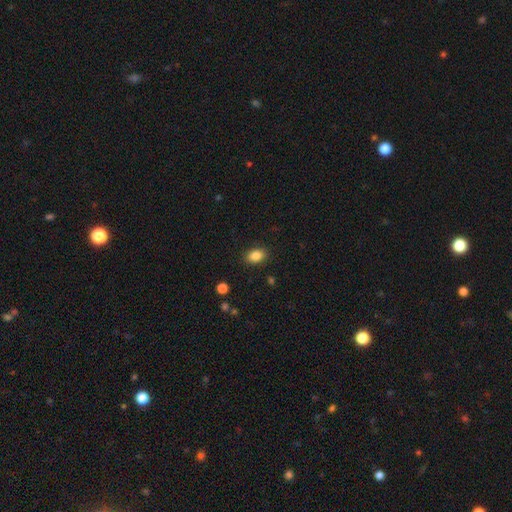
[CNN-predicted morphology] Smooth or featured? Predicted: smooth (p=0.85). How rounded? Predicted: in between (p=0.80). Merging? Predicted: none (p=0.88).